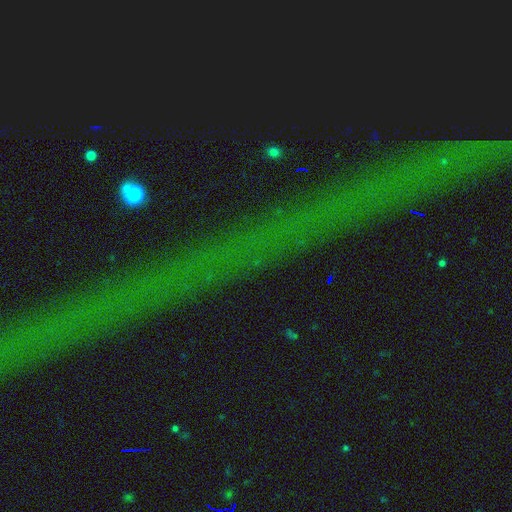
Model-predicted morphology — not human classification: star or artifact 78%, featured or disk 12%, smooth 10%.